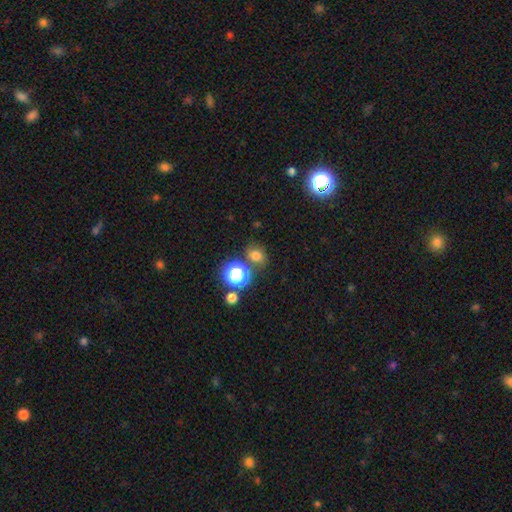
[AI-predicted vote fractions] Smooth or featured: smooth — 71% (star or artifact — 22%)
How rounded: round — 58% (in between — 41%)
Merging: none — 72% (minor disturbance — 13%)